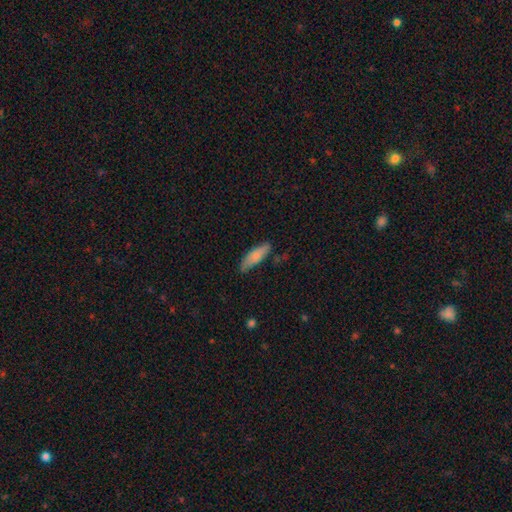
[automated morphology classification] Overall: smooth (79%). How rounded: in between (49%, tied with cigar-shaped). Merging: none (72%).